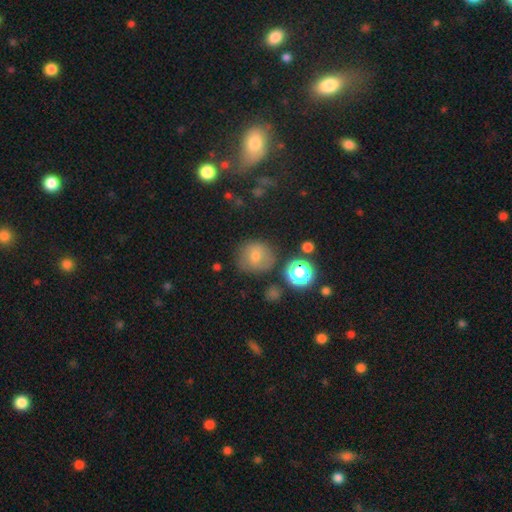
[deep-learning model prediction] This appears to be a smooth galaxy with no disk features (64%) that is round (86%). Merging: none (75%).